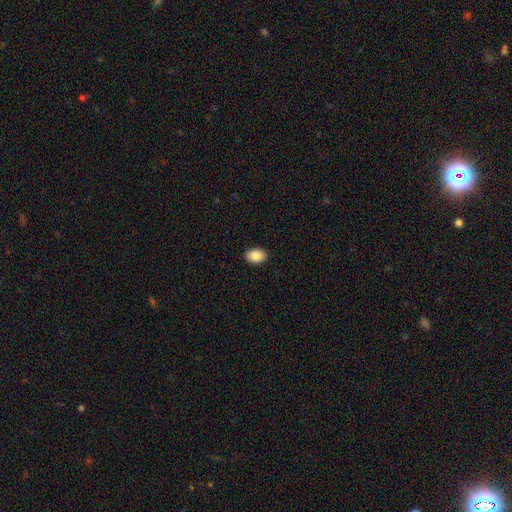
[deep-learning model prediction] A smooth galaxy with no disk features (89%) that is in between round and cigar-shaped (81%).

Vote fractions:
- Smooth or featured? smooth: 89% / star or artifact: 7% / featured or disk: 4%
- How rounded? in between: 81% / round: 18% / cigar-shaped: 1%
- Merging? none: 90% / minor disturbance: 7% / major disturbance: 2% / merger: 1%